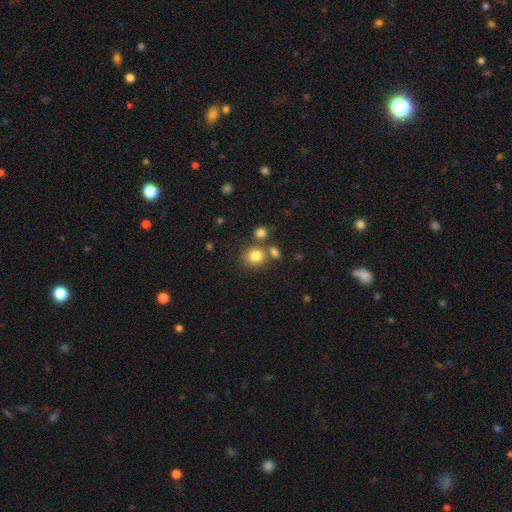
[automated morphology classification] Smooth or featured?
  - smooth: 81% *
  - star or artifact: 12%
  - featured or disk: 7%
How rounded?
  - round: 80% *
  - in between: 20%
  - cigar-shaped: 1%
Merging?
  - none: 67% *
  - merger: 18%
  - minor disturbance: 10%
  - major disturbance: 4%